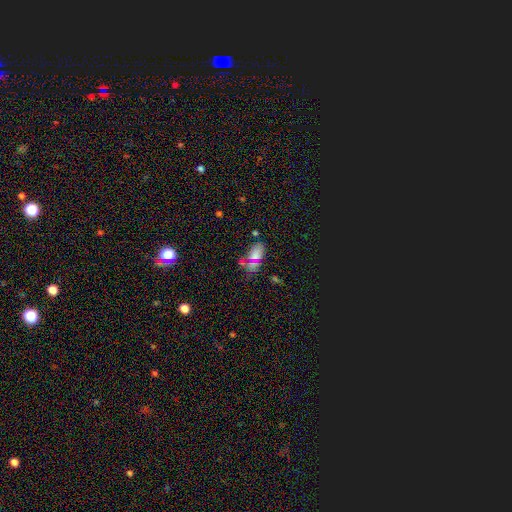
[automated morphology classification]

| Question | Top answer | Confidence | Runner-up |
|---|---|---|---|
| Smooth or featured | smooth | 59% | star or artifact (30%) |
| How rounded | in between | 88% | round (7%) |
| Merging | none | 58% | minor disturbance (20%) |